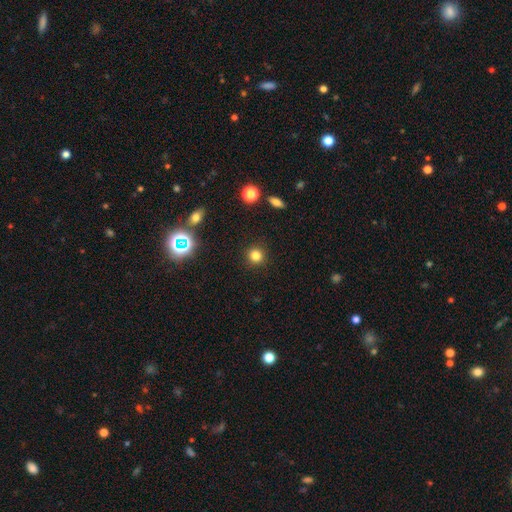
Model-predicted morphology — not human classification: This is clearly a smooth galaxy (80%). How rounded: clearly round (93%). Merging: clearly none (91%).